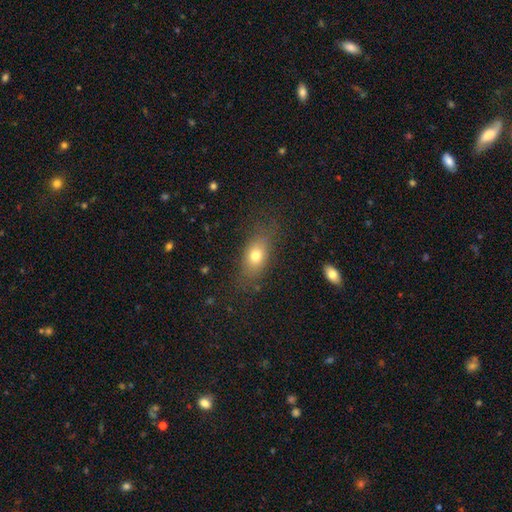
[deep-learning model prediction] smooth-or-featured: smooth: 74% | featured or disk: 14% | star or artifact: 12%
  how-rounded: in between: 74% | round: 19% | cigar-shaped: 7%
  merging: none: 78% | minor disturbance: 14% | major disturbance: 7% | merger: 2%